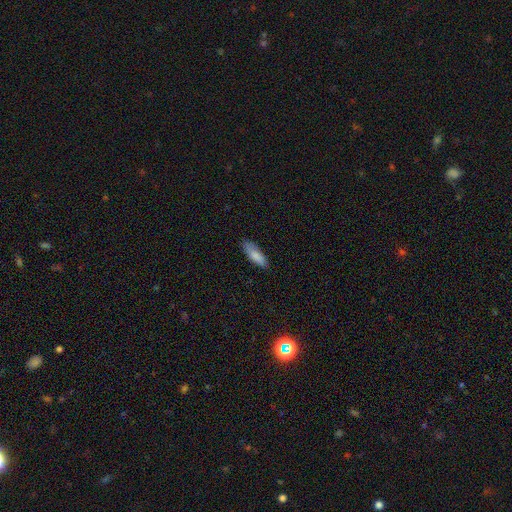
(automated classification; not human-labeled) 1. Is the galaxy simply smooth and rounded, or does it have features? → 83% smooth, 11% featured or disk, 6% star or artifact.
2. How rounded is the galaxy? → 57% in between, 42% cigar-shaped, 2% round.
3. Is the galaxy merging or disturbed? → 79% none, 17% minor disturbance, 3% major disturbance, 1% merger.